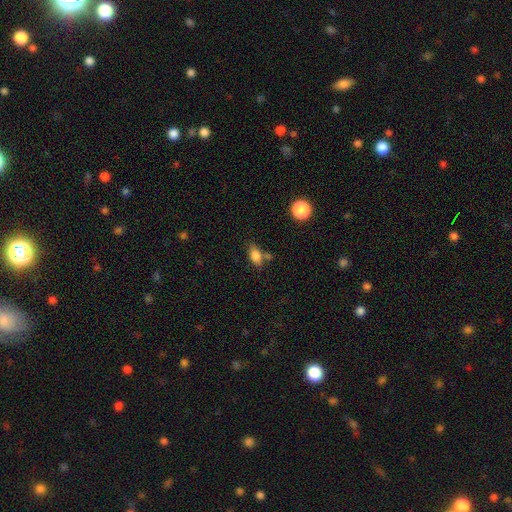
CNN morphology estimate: The model was most divided on "merging": none: 56%, minor disturbance: 20%, merger: 17%, major disturbance: 7%. More confident: how rounded — in between (84%); smooth or featured — smooth (81%).